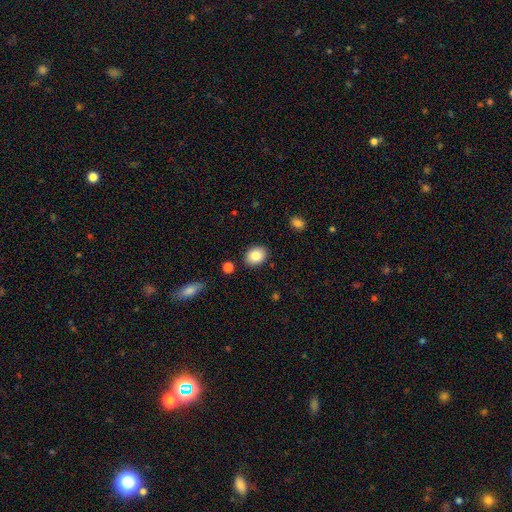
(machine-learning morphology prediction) Smooth or featured?
  - smooth: 84% *
  - star or artifact: 8%
  - featured or disk: 7%
How rounded?
  - in between: 60% *
  - round: 39%
  - cigar-shaped: 1%
Merging?
  - none: 88% *
  - minor disturbance: 8%
  - merger: 2%
  - major disturbance: 2%